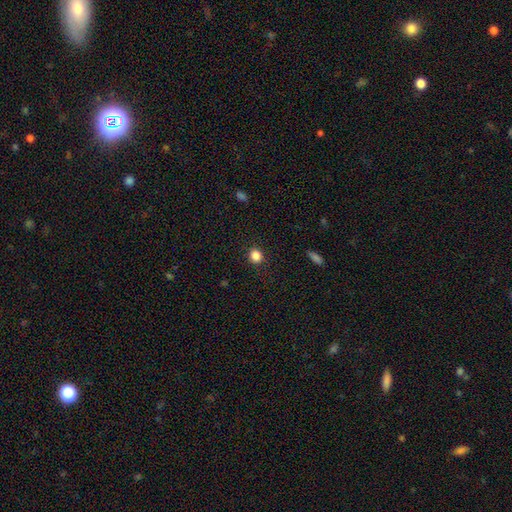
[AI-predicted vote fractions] Smooth or featured: smooth — 86% (star or artifact — 11%)
How rounded: round — 83% (in between — 16%)
Merging: none — 91% (minor disturbance — 6%)